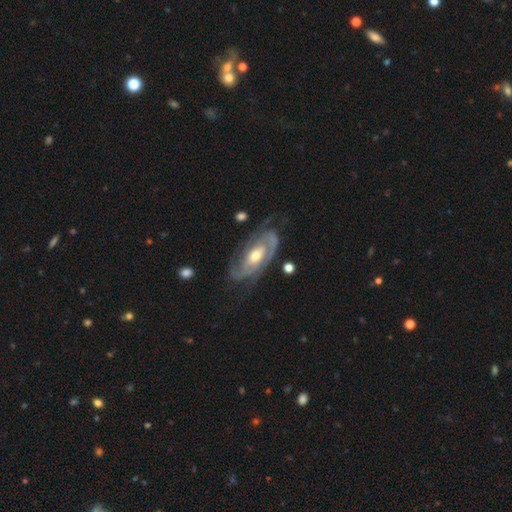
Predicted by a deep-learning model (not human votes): The model was most divided on "bar": no: 55%, weak: 31%, strong: 13%. More confident: spiral arms — yes (94%); edge-on disk — no (94%); smooth or featured — featured or disk (88%); bulge size — moderate (71%); merging — none (69%); spiral arm count — 2 (65%); spiral winding — tight (58%).